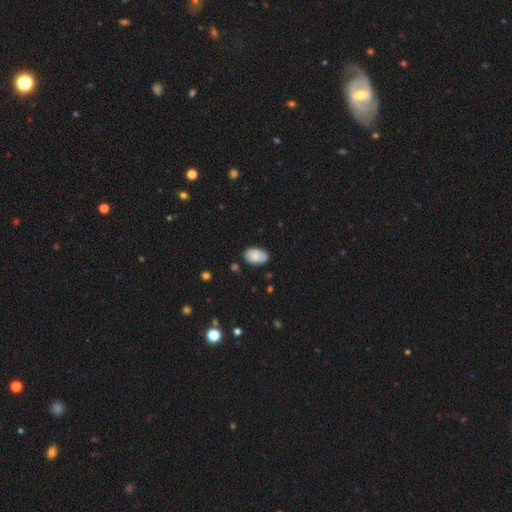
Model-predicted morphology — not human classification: This appears to be a smooth galaxy with no disk features (85%) that is in between round and cigar-shaped (92%). Merging: none (77%).